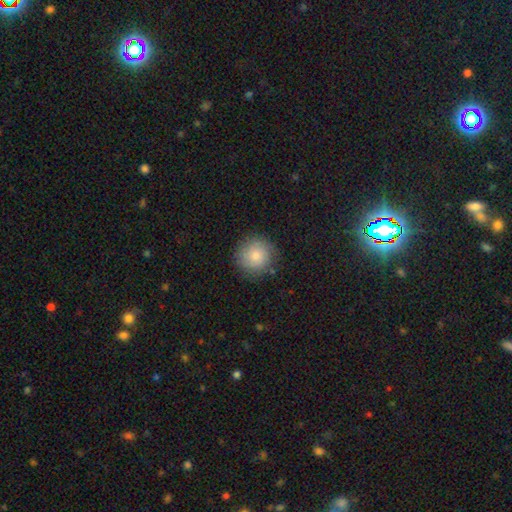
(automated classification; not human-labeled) This is clearly a smooth galaxy (81%). How rounded: clearly round (94%). Merging: clearly none (84%).